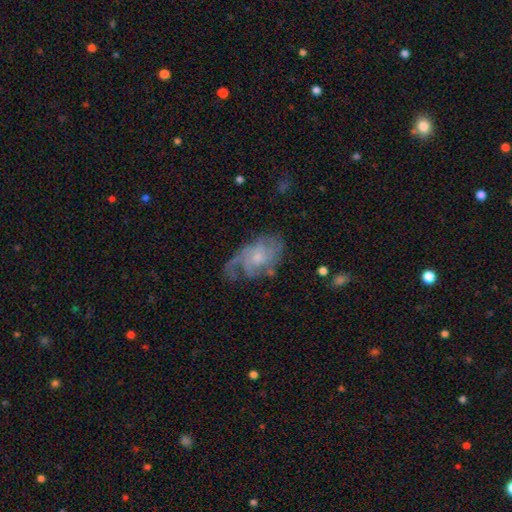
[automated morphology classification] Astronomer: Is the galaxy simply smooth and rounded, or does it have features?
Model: featured or disk — 77%.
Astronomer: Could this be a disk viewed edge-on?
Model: no — 96%.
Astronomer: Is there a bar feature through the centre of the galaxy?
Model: no — 72%.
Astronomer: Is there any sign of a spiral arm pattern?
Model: yes — 91%.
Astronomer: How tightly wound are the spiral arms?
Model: medium — 41% (runner-up: tight, 38%).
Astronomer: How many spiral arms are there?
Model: can't tell — 31% (runner-up: 2, 29%).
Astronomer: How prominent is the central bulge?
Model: small — 59%.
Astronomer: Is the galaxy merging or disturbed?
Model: none — 57%.